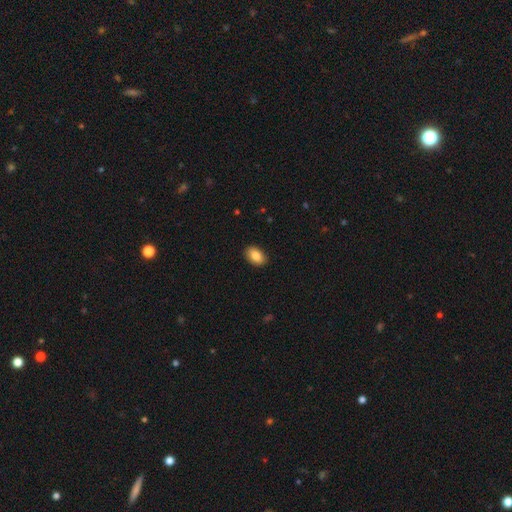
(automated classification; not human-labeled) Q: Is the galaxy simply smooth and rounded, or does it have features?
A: smooth — 86%.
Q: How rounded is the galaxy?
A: in between — 89%.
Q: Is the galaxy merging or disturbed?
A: none — 90%.